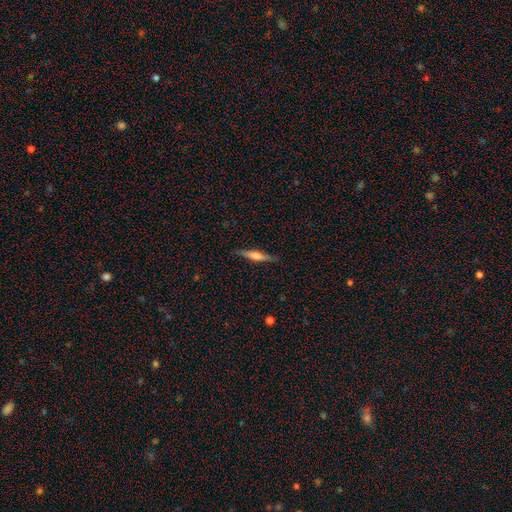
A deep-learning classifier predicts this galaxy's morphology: Smooth or featured? featured or disk (54%)
Edge-on disk? yes (96%)
Edge-on bulge? rounded (66%)
Merging? none (88%)